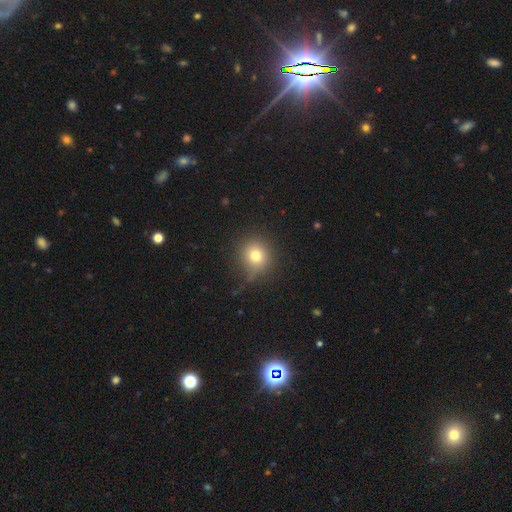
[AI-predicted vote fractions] smooth_or_featured: smooth (p=0.77) [alt: star or artifact p=0.14]
how_rounded: round (p=0.88) [alt: in between p=0.11]
merging: none (p=0.79) [alt: minor disturbance p=0.14]